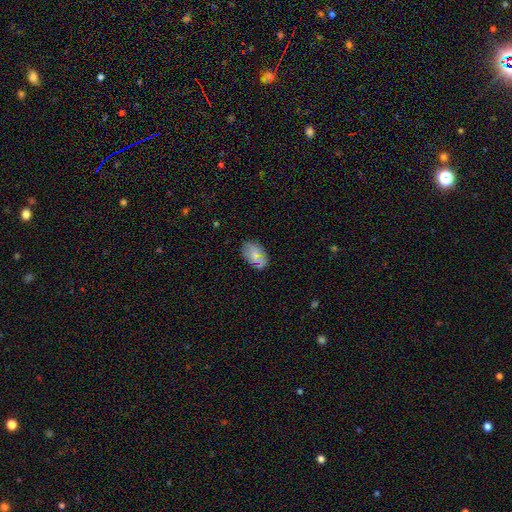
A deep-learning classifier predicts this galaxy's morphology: Smooth or featured?
  - smooth: 72% *
  - featured or disk: 15%
  - star or artifact: 13%
How rounded?
  - in between: 89% *
  - round: 10%
  - cigar-shaped: 1%
Merging?
  - none: 82% *
  - minor disturbance: 14%
  - major disturbance: 3%
  - merger: 1%